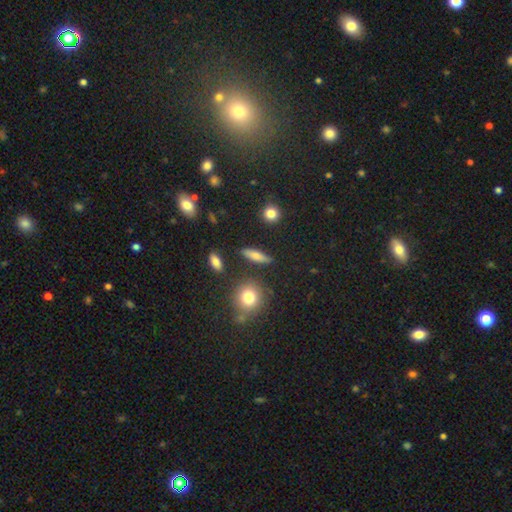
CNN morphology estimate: Q: Smooth or featured?
A: smooth (64%); runner-up: featured or disk (25%)
Q: How rounded?
A: cigar-shaped (60%); runner-up: in between (29%)
Q: Merging?
A: none (85%); runner-up: minor disturbance (9%)